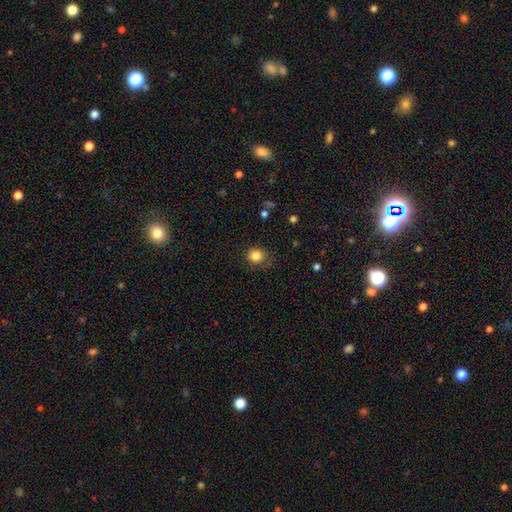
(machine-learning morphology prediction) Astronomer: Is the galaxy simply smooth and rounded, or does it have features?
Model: smooth — 84%.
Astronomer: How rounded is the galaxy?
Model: round — 83%.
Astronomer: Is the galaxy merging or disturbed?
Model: none — 79%.